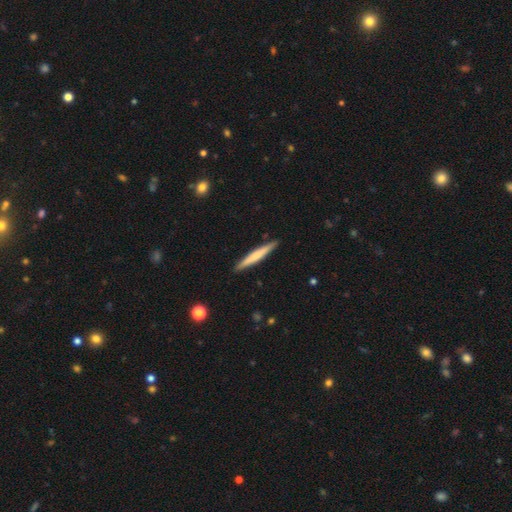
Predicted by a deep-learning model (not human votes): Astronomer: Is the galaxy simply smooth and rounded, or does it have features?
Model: smooth — 56% (runner-up: featured or disk, 39%).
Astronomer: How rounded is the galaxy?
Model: cigar-shaped — 95%.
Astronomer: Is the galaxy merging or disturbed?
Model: none — 91%.